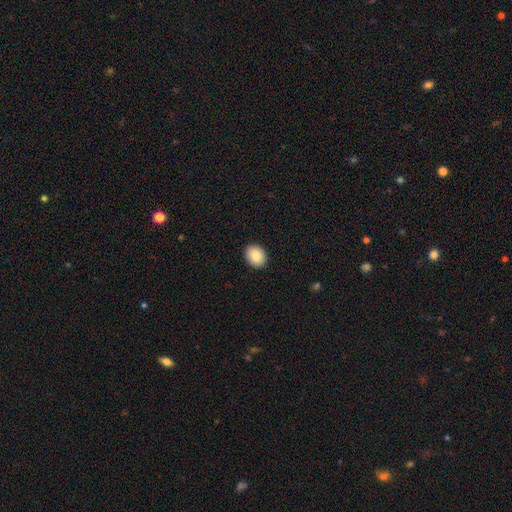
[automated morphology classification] A smooth galaxy with no disk features (86%) that is round (55%). Merging: none (92%).